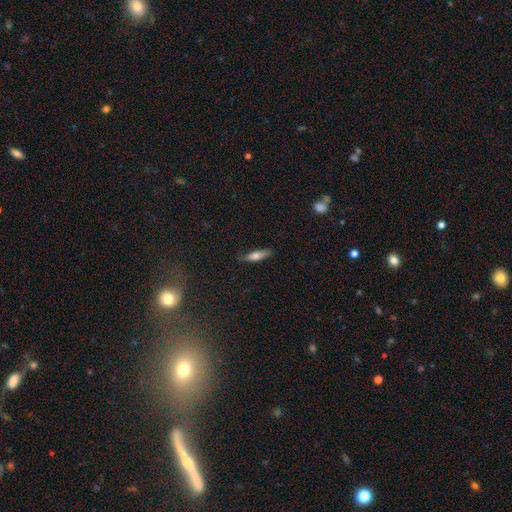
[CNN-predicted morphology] Smooth or featured: smooth — 73% (featured or disk — 20%)
How rounded: cigar-shaped — 61% (in between — 37%)
Merging: none — 82% (minor disturbance — 14%)